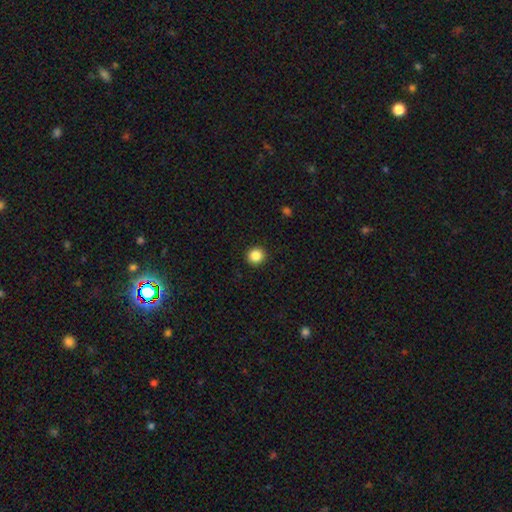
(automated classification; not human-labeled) smooth_or_featured: smooth (p=0.86) [alt: star or artifact p=0.10]
how_rounded: round (p=0.94) [alt: in between p=0.05]
merging: none (p=0.93) [alt: minor disturbance p=0.05]